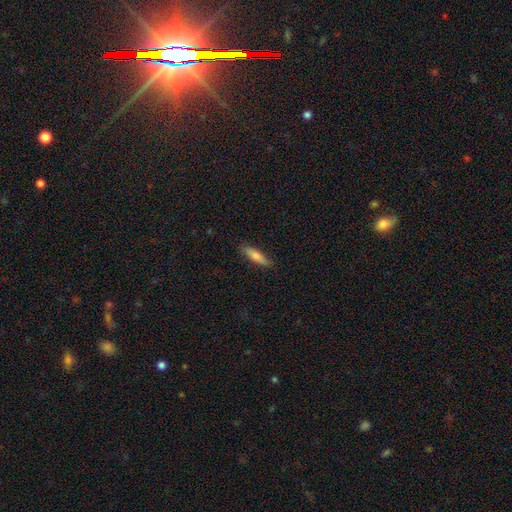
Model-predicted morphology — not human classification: Smooth or featured?
  - smooth: 71% *
  - featured or disk: 22%
  - star or artifact: 7%
How rounded?
  - cigar-shaped: 69% *
  - in between: 30%
  - round: 2%
Merging?
  - none: 85% *
  - minor disturbance: 12%
  - major disturbance: 2%
  - merger: 1%